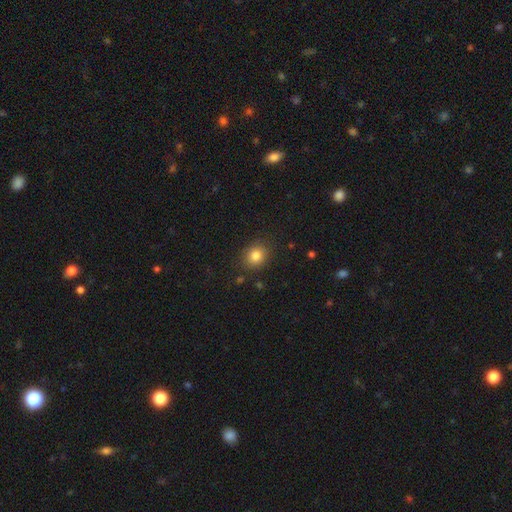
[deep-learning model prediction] Smooth or featured: smooth — 82% (star or artifact — 11%)
How rounded: round — 67% (in between — 33%)
Merging: none — 85% (minor disturbance — 10%)